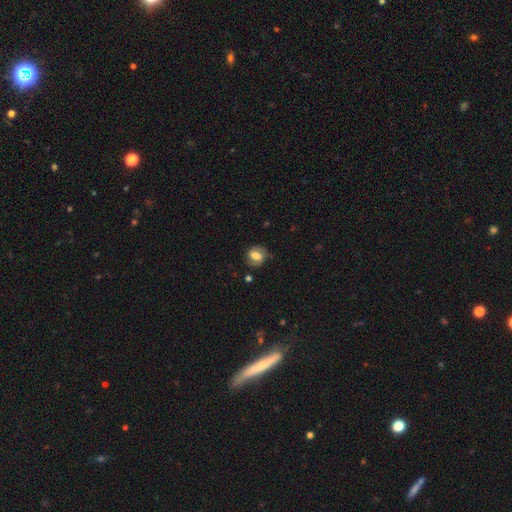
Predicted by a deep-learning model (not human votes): A smooth galaxy with no disk features (54%) that is in between round and cigar-shaped (51%). Merging: none (70%).